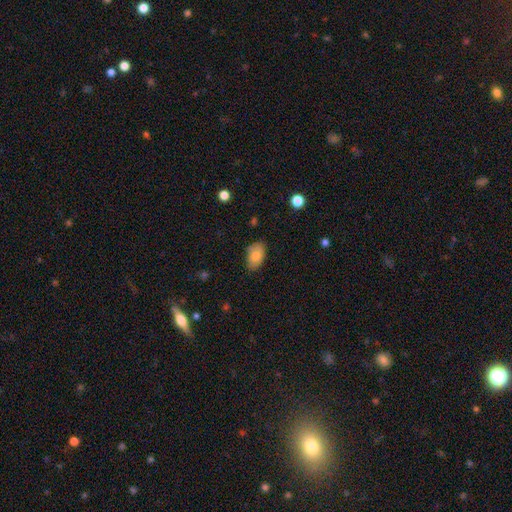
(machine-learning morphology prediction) Smooth or featured? Predicted: smooth (p=0.81). How rounded? Predicted: in between (p=0.92). Merging? Predicted: none (p=0.79).